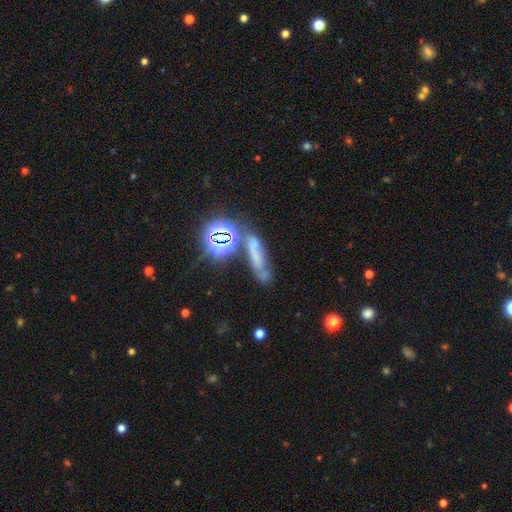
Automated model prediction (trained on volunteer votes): A smooth galaxy with no disk features (40%).

Vote fractions:
- Smooth or featured? smooth: 40% / star or artifact: 38% / featured or disk: 22%
- Merging? none: 44% / merger: 25% / minor disturbance: 18% / major disturbance: 13%